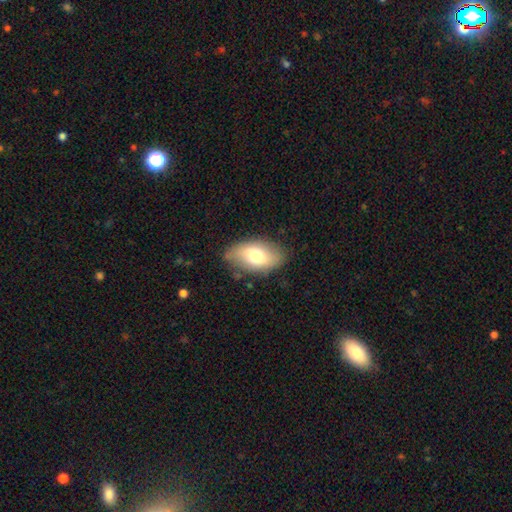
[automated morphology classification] type=smooth (69%); roundness=in between (92%); merging=none (78%).